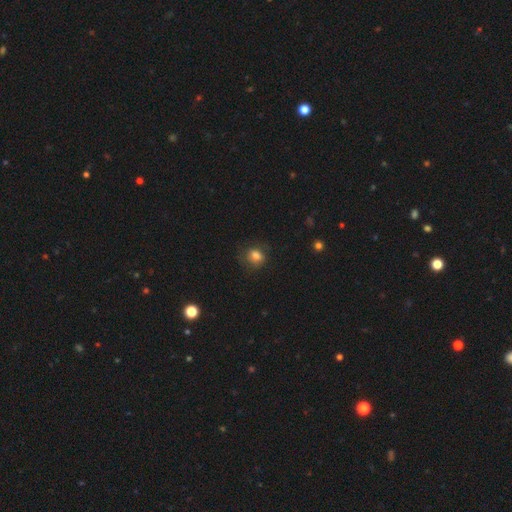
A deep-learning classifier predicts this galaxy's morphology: smooth_or_featured: smooth (p=0.80) [alt: star or artifact p=0.12]
how_rounded: round (p=0.65) [alt: in between p=0.34]
merging: none (p=0.72) [alt: minor disturbance p=0.19]